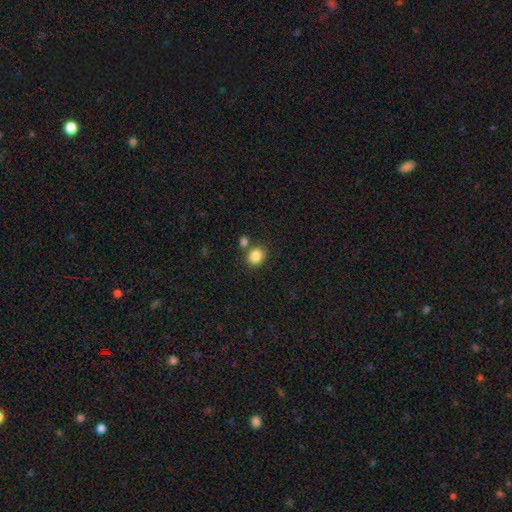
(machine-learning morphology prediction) type=smooth (85%); roundness=round (66%); merging=none (73%).